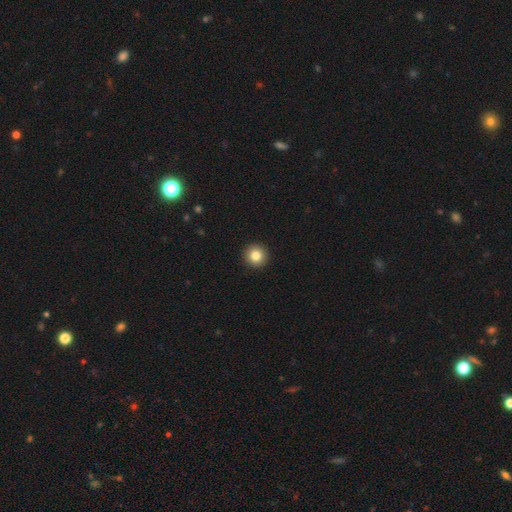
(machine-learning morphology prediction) smooth-or-featured: smooth: 84% | star or artifact: 10% | featured or disk: 7%
  how-rounded: round: 95% | in between: 4% | cigar-shaped: 1%
  merging: none: 94% | minor disturbance: 4% | major disturbance: 1% | merger: 1%